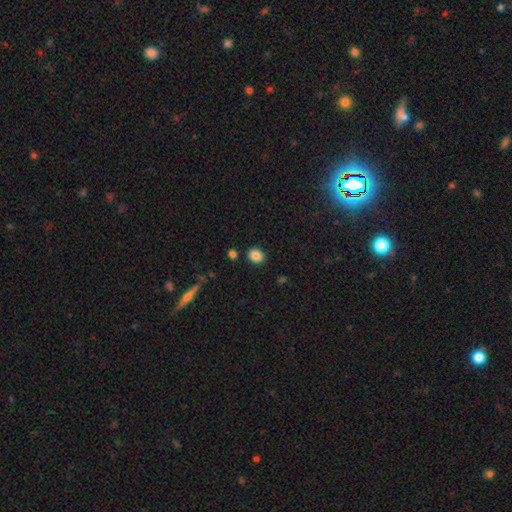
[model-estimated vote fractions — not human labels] smooth-or-featured: smooth: 86% | star or artifact: 9% | featured or disk: 5%
  how-rounded: in between: 50% | round: 49% | cigar-shaped: 1%
  merging: none: 87% | minor disturbance: 8% | merger: 3% | major disturbance: 2%